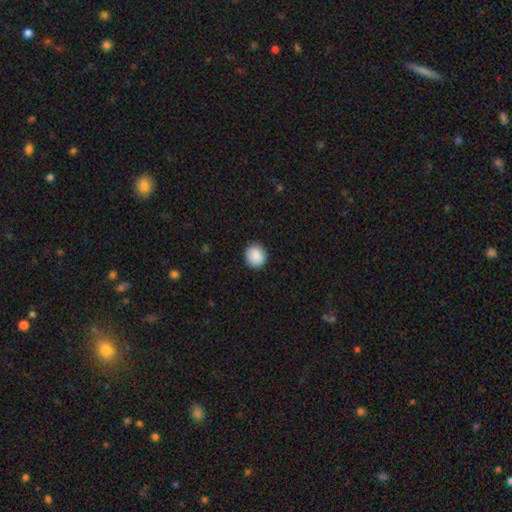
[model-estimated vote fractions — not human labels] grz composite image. It shows a smooth galaxy with no disk features (88%) that is round (85%). Merging: none (88%).